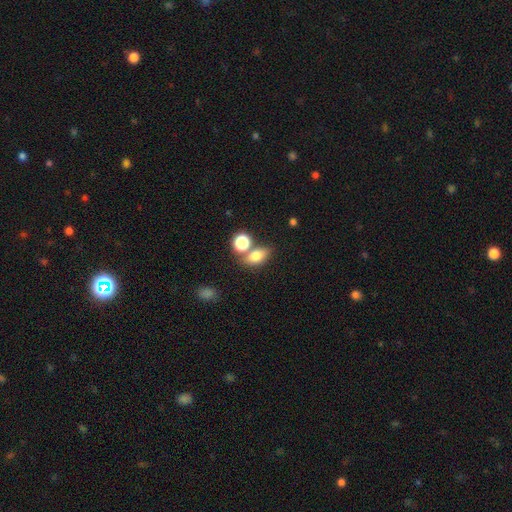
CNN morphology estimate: Smooth or featured? Predicted: smooth (p=0.76). How rounded? Predicted: in between (p=0.73). Merging? Predicted: none (p=0.56).